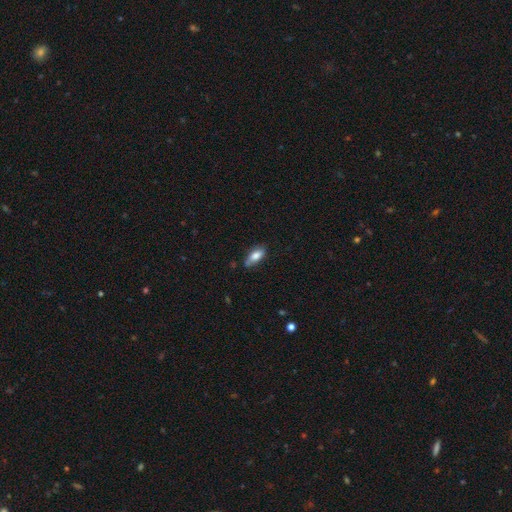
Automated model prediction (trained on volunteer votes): Q: Smooth or featured?
A: smooth (79%); runner-up: featured or disk (14%)
Q: How rounded?
A: in between (83%); runner-up: cigar-shaped (14%)
Q: Merging?
A: none (65%); runner-up: minor disturbance (27%)